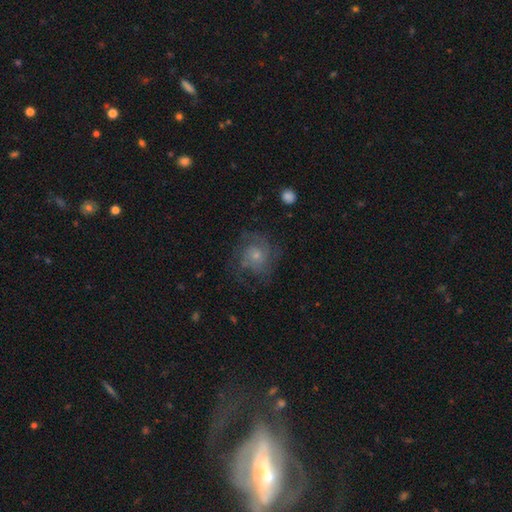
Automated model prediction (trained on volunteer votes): A featured or disk galaxy (59%) with no bar (82%), spiral arms (81%) and a small central bulge (67%).

Vote fractions:
- Smooth or featured? featured or disk: 59% / smooth: 31% / star or artifact: 10%
- Edge-on disk? no: 98% / yes: 2%
- Bar? no: 82% / weak: 16% / strong: 2%
- Spiral arms? yes: 81% / no: 19%
- Bulge size? small: 67% / moderate: 25% / none: 4% / large: 3% / dominant: 1%
- Merging? none: 61% / minor disturbance: 20% / major disturbance: 18% / merger: 2%